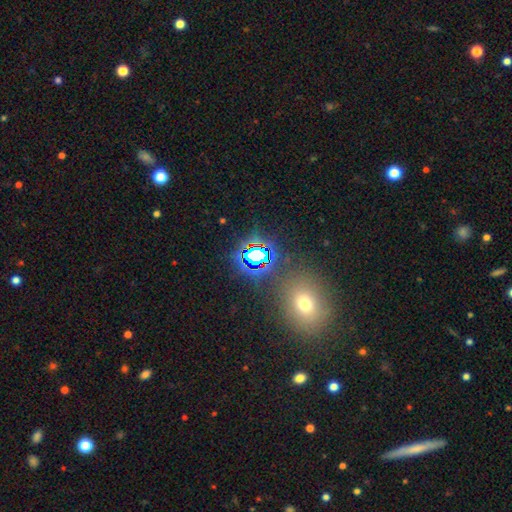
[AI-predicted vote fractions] This is likely a star or artifact rather than a galaxy (73%).